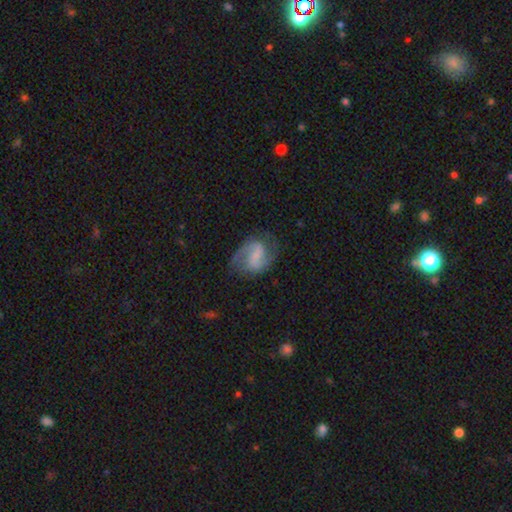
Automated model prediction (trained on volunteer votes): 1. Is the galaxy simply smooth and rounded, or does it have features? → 80% featured or disk, 13% smooth, 6% star or artifact.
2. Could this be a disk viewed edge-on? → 98% no, 2% yes.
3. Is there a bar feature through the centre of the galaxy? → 48% weak, 30% strong, 22% no.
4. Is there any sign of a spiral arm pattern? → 95% yes, 5% no.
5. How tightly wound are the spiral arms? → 52% medium, 30% loose, 17% tight.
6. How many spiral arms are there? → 90% 2, 4% can't tell, 3% 1, 1% 3, 1% 4, 1% more than 4.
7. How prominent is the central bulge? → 52% none, 27% small, 14% moderate, 5% large, 1% dominant.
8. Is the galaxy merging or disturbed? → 72% none, 17% minor disturbance, 9% major disturbance, 2% merger.